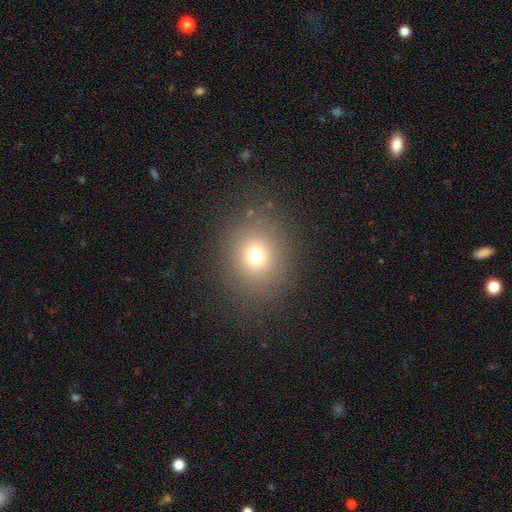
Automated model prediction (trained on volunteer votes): This appears to be a smooth galaxy with no disk features (71%) that is round (78%). Merging: none (85%).